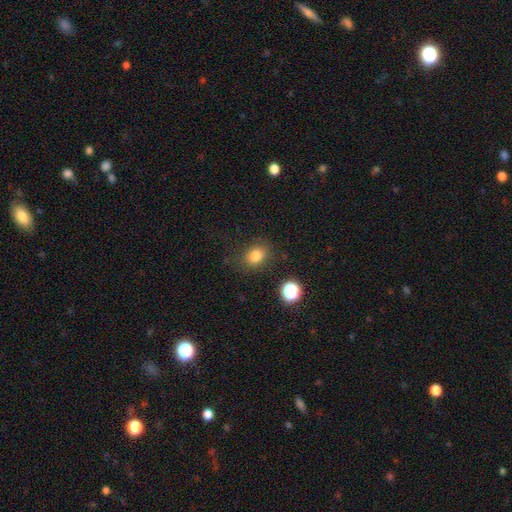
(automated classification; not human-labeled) This is likely a smooth galaxy (80%). How rounded: possibly round (50%). Merging: clearly none (83%).